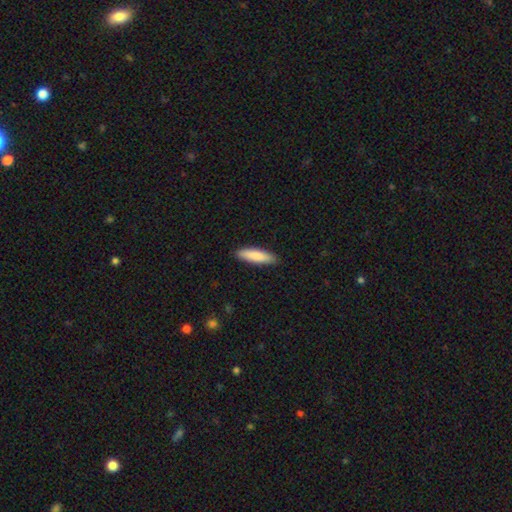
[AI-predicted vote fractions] Smooth or featured?
  - smooth: 85% *
  - featured or disk: 9%
  - star or artifact: 5%
How rounded?
  - cigar-shaped: 70% *
  - in between: 28%
  - round: 1%
Merging?
  - none: 89% *
  - minor disturbance: 9%
  - major disturbance: 2%
  - merger: 1%